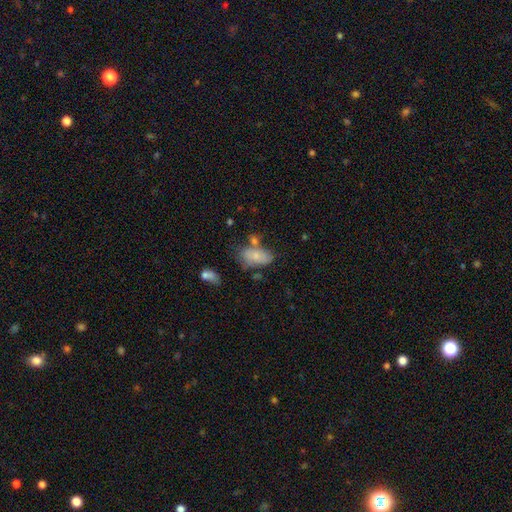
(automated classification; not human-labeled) Smooth or featured? Predicted: smooth (p=0.73). How rounded? Predicted: in between (p=0.91). Merging? Predicted: none (p=0.45).